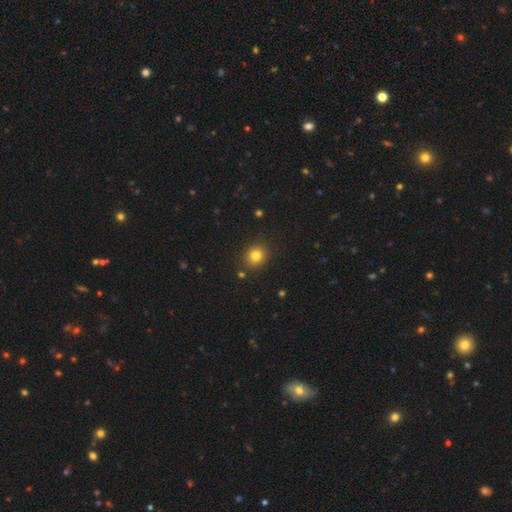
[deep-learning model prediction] Overall: smooth (81%). How rounded: round (77%). Merging: none (87%).